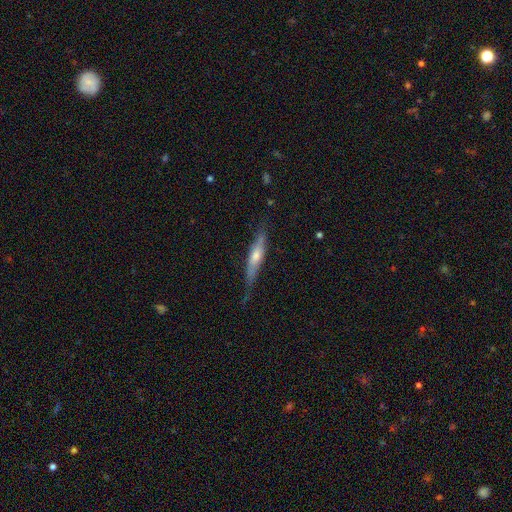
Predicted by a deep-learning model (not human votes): Smooth or featured? Predicted: featured or disk (p=0.53). Edge-on disk? Predicted: yes (p=0.88). Merging? Predicted: none (p=0.70).